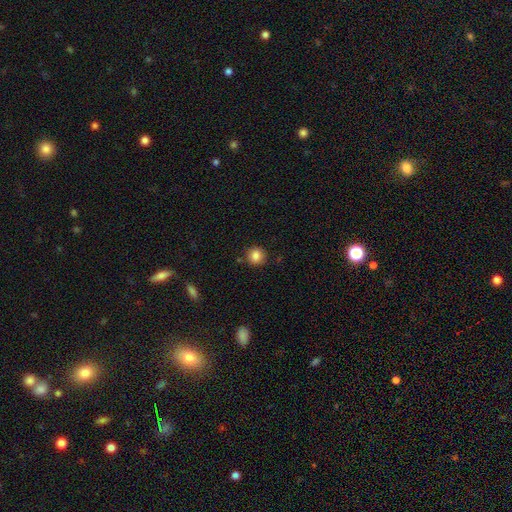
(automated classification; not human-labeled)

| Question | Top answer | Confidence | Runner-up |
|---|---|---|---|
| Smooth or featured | smooth | 85% | star or artifact (10%) |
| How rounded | round | 90% | in between (9%) |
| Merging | none | 86% | minor disturbance (9%) |